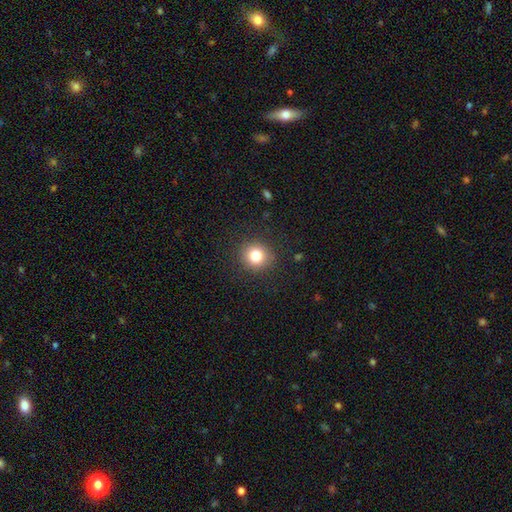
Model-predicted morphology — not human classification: smooth_or_featured: smooth (p=0.82) [alt: star or artifact p=0.11]
how_rounded: round (p=0.90) [alt: in between p=0.09]
merging: none (p=0.90) [alt: minor disturbance p=0.07]